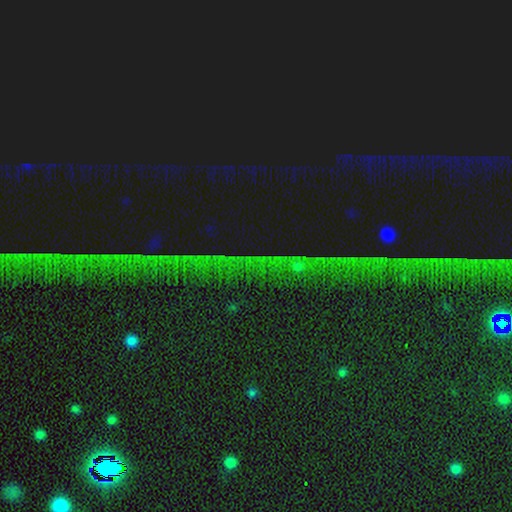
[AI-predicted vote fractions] Smooth or featured: star or artifact — 88% (featured or disk — 6%)